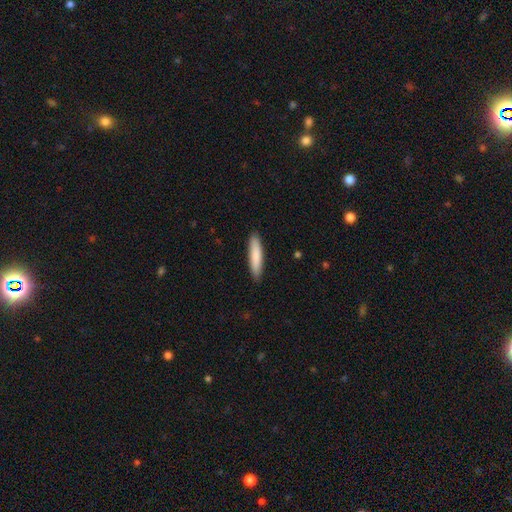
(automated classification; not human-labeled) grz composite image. It shows a smooth galaxy with no disk features (84%) that is cigar-shaped (86%). Merging: none (90%).